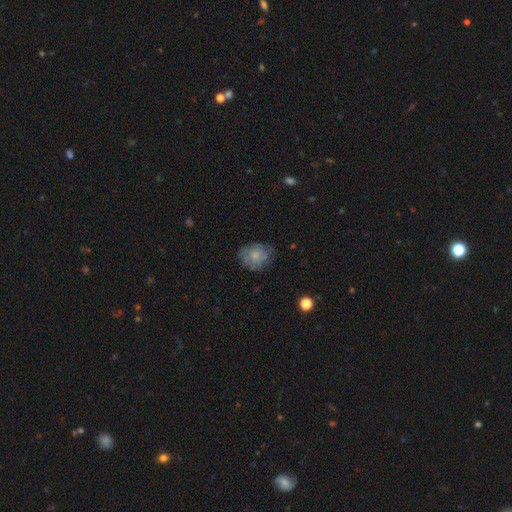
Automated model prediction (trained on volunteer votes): Q: Smooth or featured?
A: smooth (54%); runner-up: featured or disk (37%)
Q: How rounded?
A: round (54%); runner-up: in between (45%)
Q: Merging?
A: none (61%); runner-up: minor disturbance (26%)